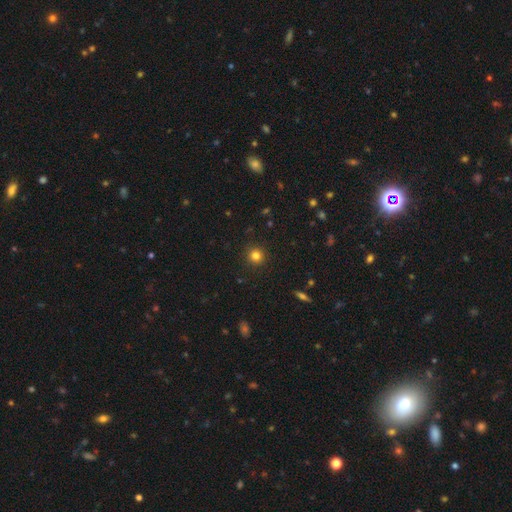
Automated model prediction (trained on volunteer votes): Smooth or featured?
  - smooth: 82% *
  - star or artifact: 13%
  - featured or disk: 5%
How rounded?
  - round: 94% *
  - in between: 5%
  - cigar-shaped: 1%
Merging?
  - none: 91% *
  - minor disturbance: 6%
  - major disturbance: 2%
  - merger: 1%